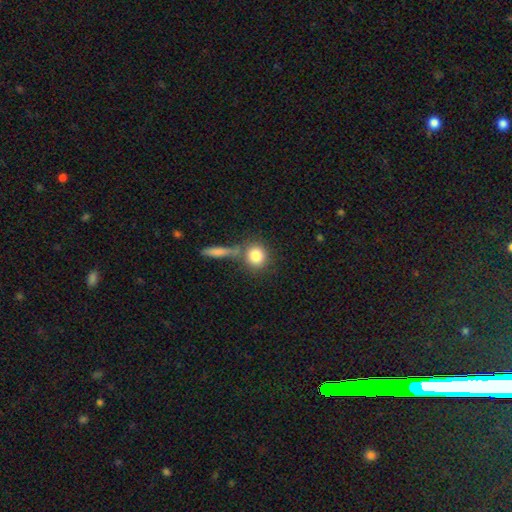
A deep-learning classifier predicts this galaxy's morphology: Smooth or featured: smooth — 83% (star or artifact — 8%)
How rounded: round — 82% (in between — 16%)
Merging: none — 64% (merger — 21%)